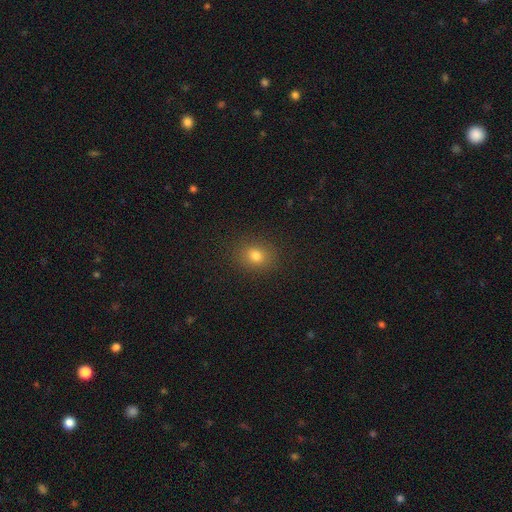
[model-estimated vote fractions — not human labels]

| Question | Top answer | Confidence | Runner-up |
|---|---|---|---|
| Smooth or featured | smooth | 77% | star or artifact (14%) |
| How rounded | round | 59% | in between (40%) |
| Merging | none | 88% | minor disturbance (8%) |